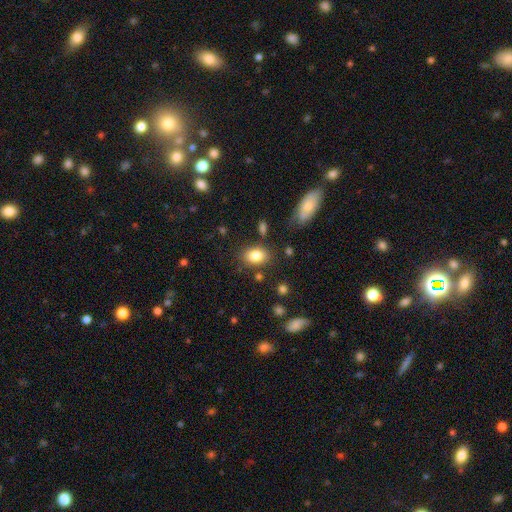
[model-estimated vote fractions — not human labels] This is clearly a smooth galaxy (83%). How rounded: likely in between (78%). Merging: likely none (80%).